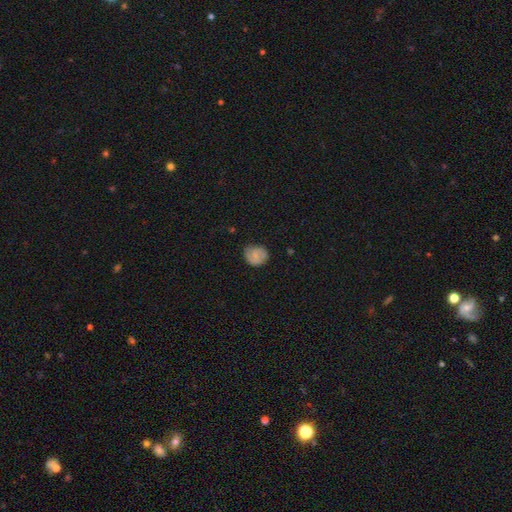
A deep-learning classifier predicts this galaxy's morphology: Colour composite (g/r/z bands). It shows a smooth galaxy with no disk features (65%) that is round (80%). Merging: none (74%).